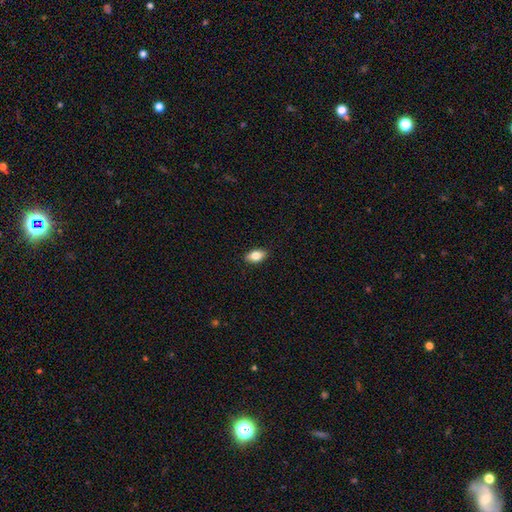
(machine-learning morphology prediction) smooth-or-featured: smooth: 82% | featured or disk: 10% | star or artifact: 7%
  how-rounded: in between: 90% | round: 6% | cigar-shaped: 4%
  merging: none: 90% | minor disturbance: 8% | major disturbance: 2% | merger: 1%